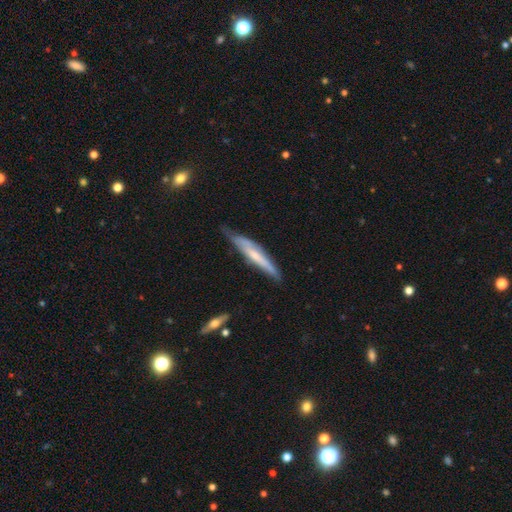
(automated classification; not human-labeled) This is possibly a featured or disk galaxy (53%). It is clearly viewed edge-on (81%). Merging: possibly none (56%).